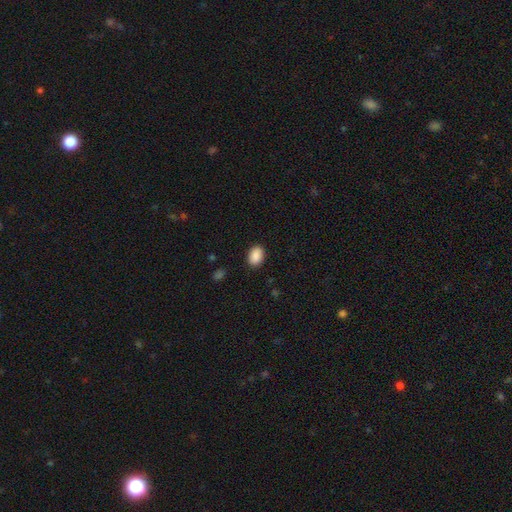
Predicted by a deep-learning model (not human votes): Smooth or featured? smooth (90%)
How rounded? in between (81%)
Merging? none (89%)